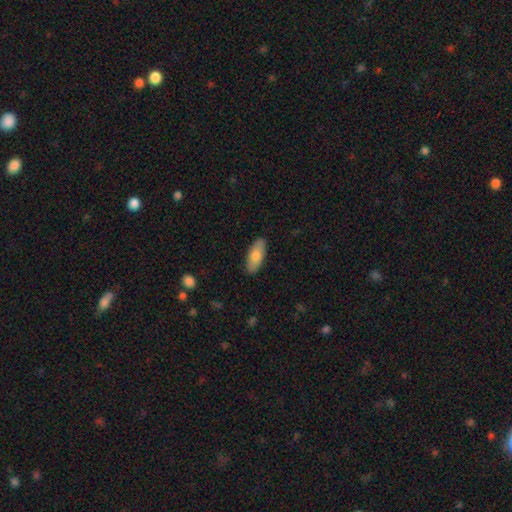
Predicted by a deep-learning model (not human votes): Overall: smooth (74%). How rounded: in between (80%). Merging: none (88%).